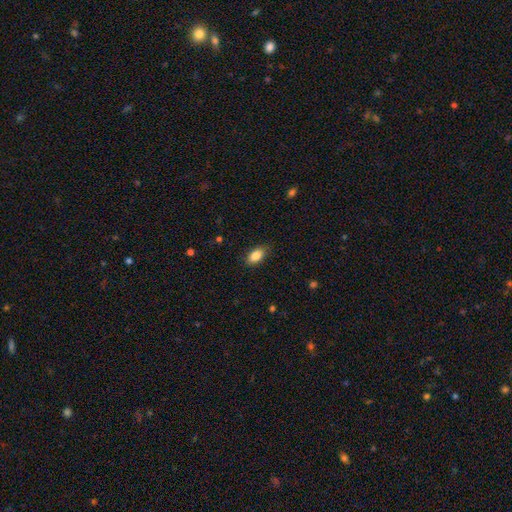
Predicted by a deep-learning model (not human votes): A smooth galaxy with no disk features (87%) that is in between round and cigar-shaped (91%).

Vote fractions:
- Smooth or featured? smooth: 87% / star or artifact: 7% / featured or disk: 6%
- How rounded? in between: 91% / round: 5% / cigar-shaped: 4%
- Merging? none: 85% / minor disturbance: 12% / major disturbance: 3% / merger: 1%